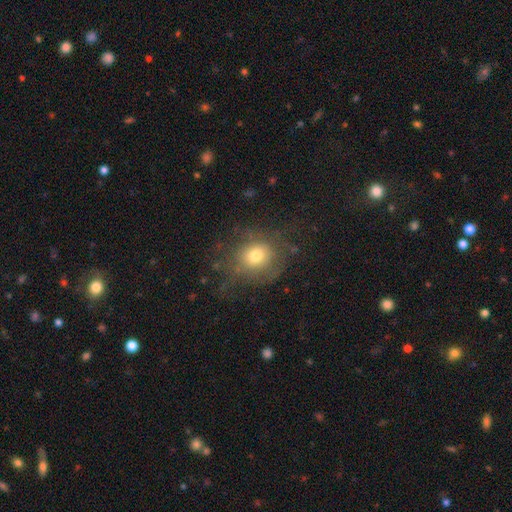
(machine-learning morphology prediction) Smooth or featured? Predicted: smooth (p=0.67). How rounded? Predicted: round (p=0.79). Merging? Predicted: none (p=0.61).